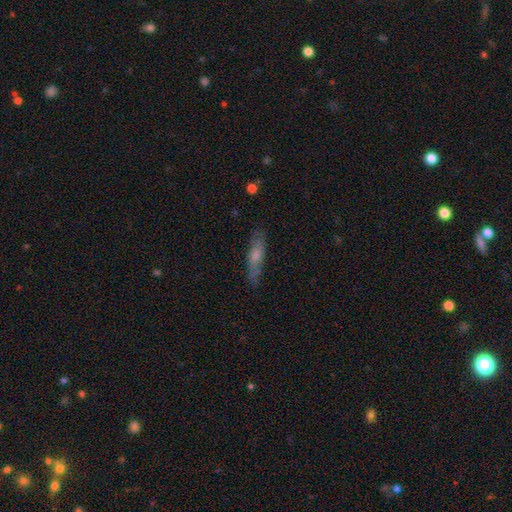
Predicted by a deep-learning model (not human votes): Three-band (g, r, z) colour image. It shows a smooth galaxy with no disk features (54%) that is cigar-shaped (75%). Merging: none (77%).